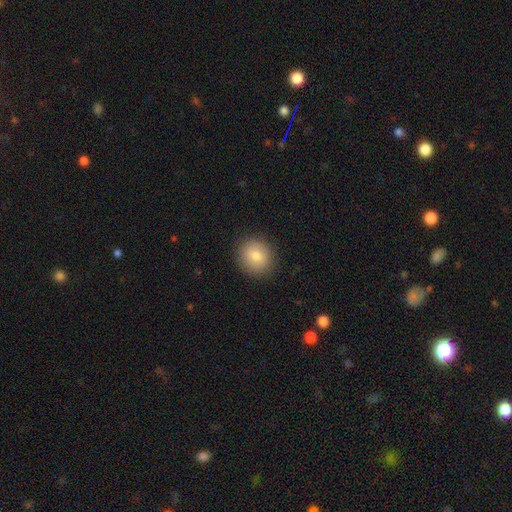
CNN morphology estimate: Smooth or featured? smooth (84%)
How rounded? round (81%)
Merging? none (89%)